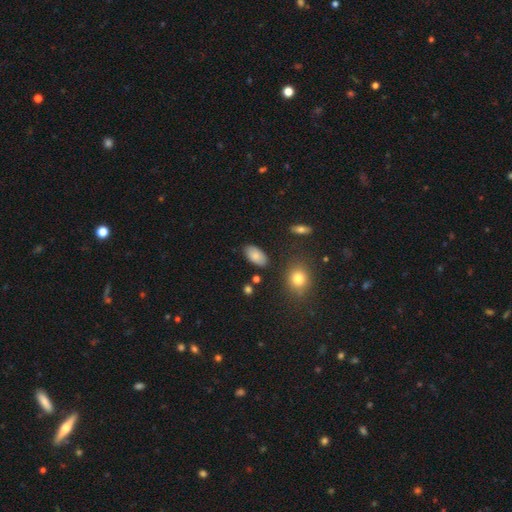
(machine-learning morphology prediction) Smooth or featured: smooth — 84% (featured or disk — 9%)
How rounded: in between — 93% (round — 4%)
Merging: none — 84% (minor disturbance — 11%)